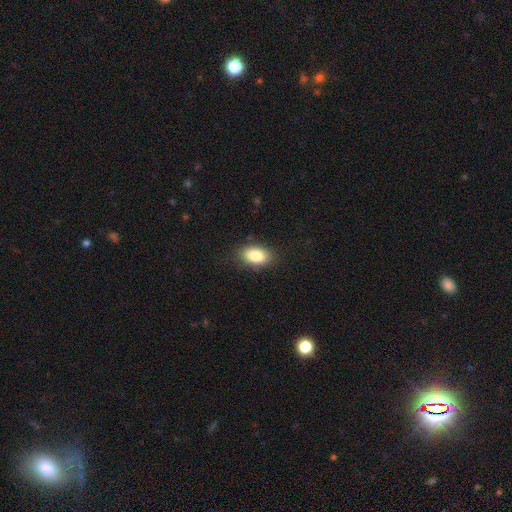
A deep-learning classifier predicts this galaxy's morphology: A smooth galaxy with no disk features (85%) that is in between round and cigar-shaped (90%). Merging: none (86%).